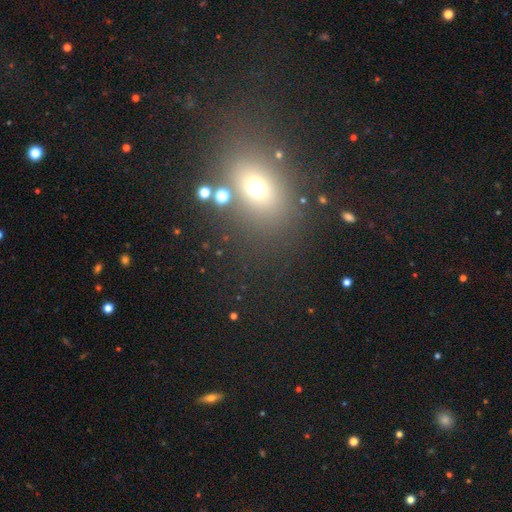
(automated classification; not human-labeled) This appears to be a smooth galaxy with no disk features (54%) that is in between round and cigar-shaped (56%). Merging: none (78%).